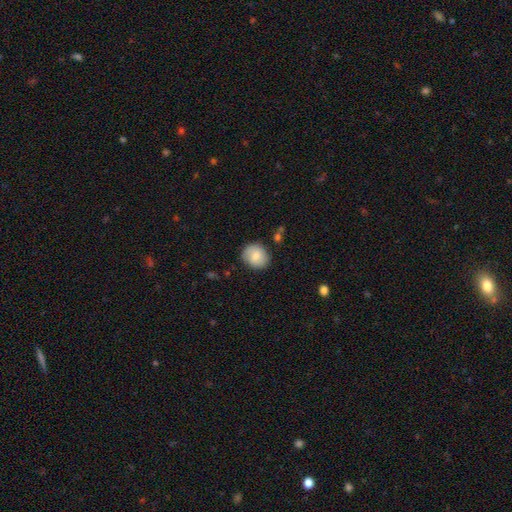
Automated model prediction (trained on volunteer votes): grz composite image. It shows a smooth galaxy with no disk features (78%) that is round (78%). Merging: none (82%).